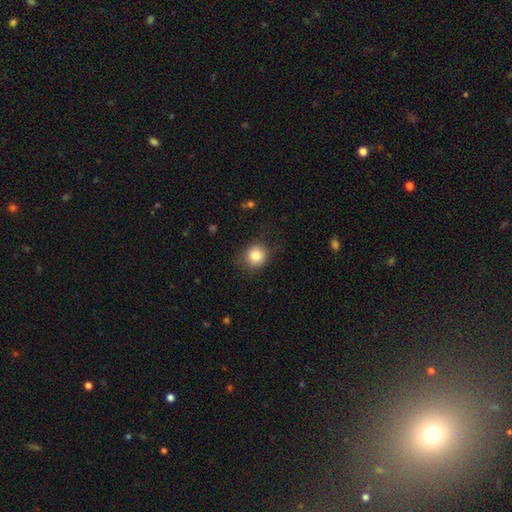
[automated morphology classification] Overall: smooth (83%). How rounded: round (85%). Merging: none (82%).